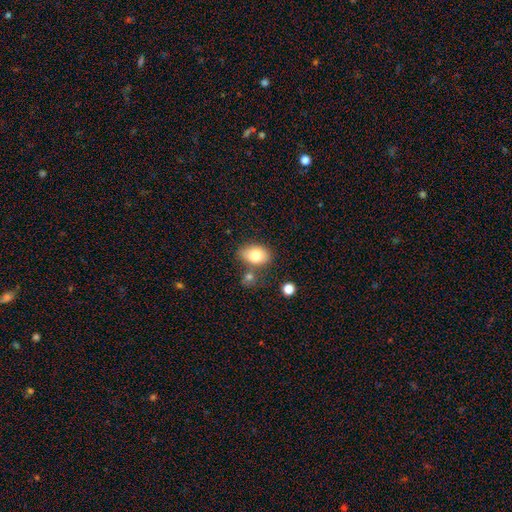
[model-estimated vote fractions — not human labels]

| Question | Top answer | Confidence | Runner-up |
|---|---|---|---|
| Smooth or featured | smooth | 79% | featured or disk (13%) |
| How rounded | in between | 82% | round (17%) |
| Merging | none | 65% | minor disturbance (16%) |